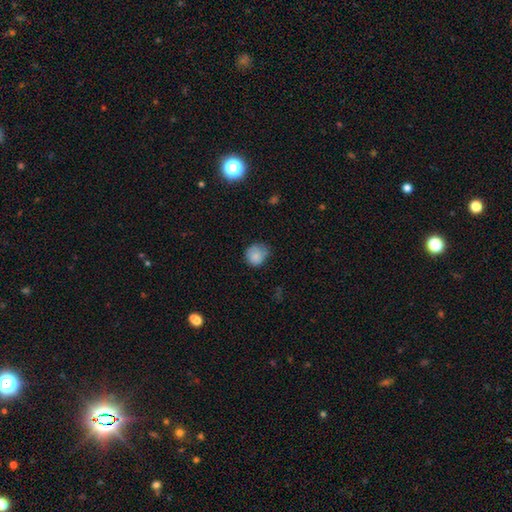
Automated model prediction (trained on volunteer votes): This appears to be a smooth galaxy with no disk features (84%) that is round (82%). Merging: none (60%).